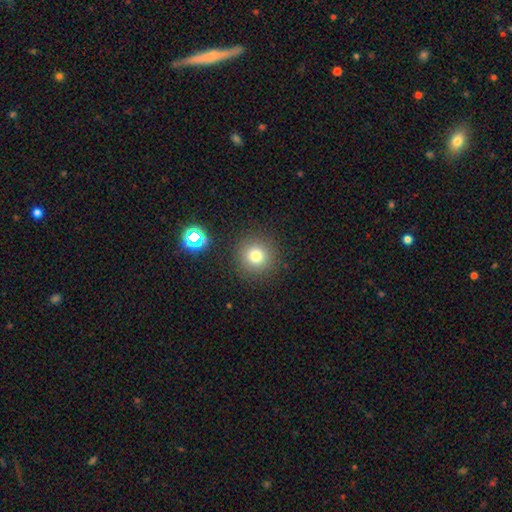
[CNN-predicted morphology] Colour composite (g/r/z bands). It shows a smooth galaxy with no disk features (75%) that is round (94%). Merging: none (88%).